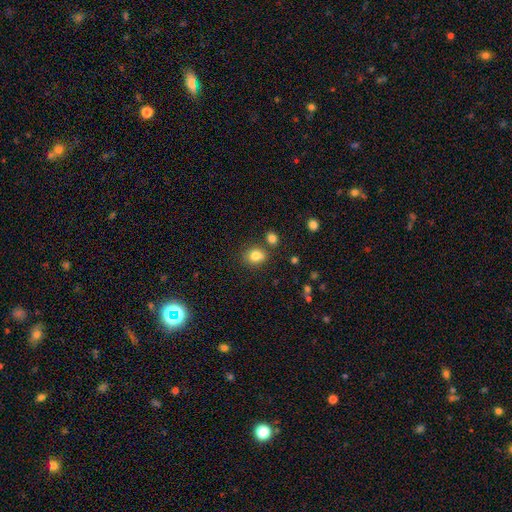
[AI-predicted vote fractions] The model was most divided on "how rounded": round: 63%, in between: 36%, cigar-shaped: 1%. More confident: smooth or featured — smooth (81%); merging — none (68%).